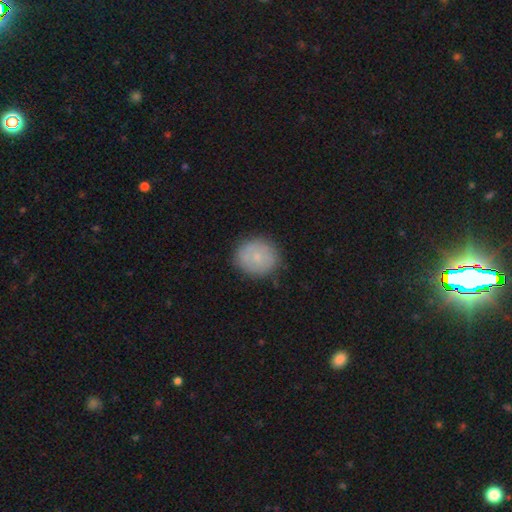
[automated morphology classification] A smooth galaxy with no disk features (72%) that is round (81%). Merging: none (87%).